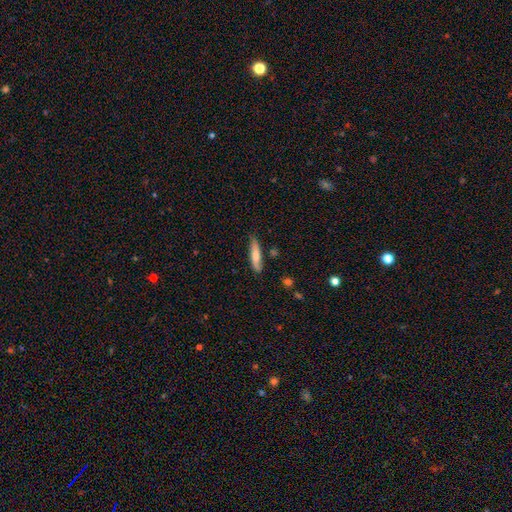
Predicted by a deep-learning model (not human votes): smooth-or-featured: smooth: 69% | featured or disk: 25% | star or artifact: 6%
  how-rounded: cigar-shaped: 78% | in between: 20% | round: 2%
  merging: none: 76% | minor disturbance: 18% | major disturbance: 3% | merger: 3%